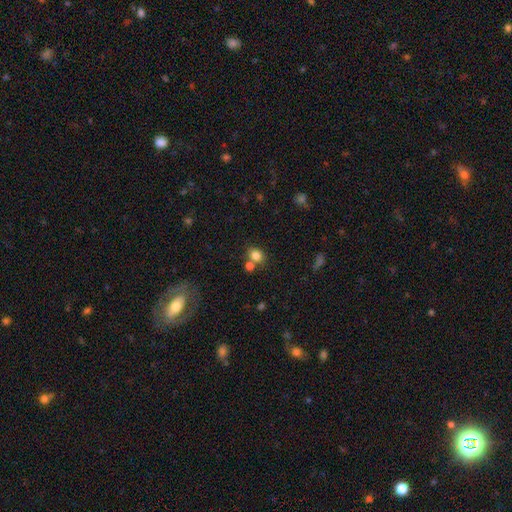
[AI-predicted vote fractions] Q: Smooth or featured?
A: smooth (81%); runner-up: star or artifact (12%)
Q: How rounded?
A: round (55%); runner-up: in between (44%)
Q: Merging?
A: none (62%); runner-up: merger (24%)